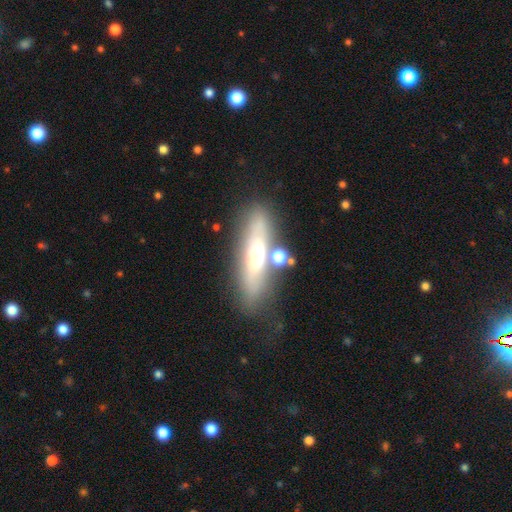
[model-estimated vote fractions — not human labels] This is possibly a featured or disk galaxy (54%). It is likely viewed edge-on (62%). Merging: likely none (63%).